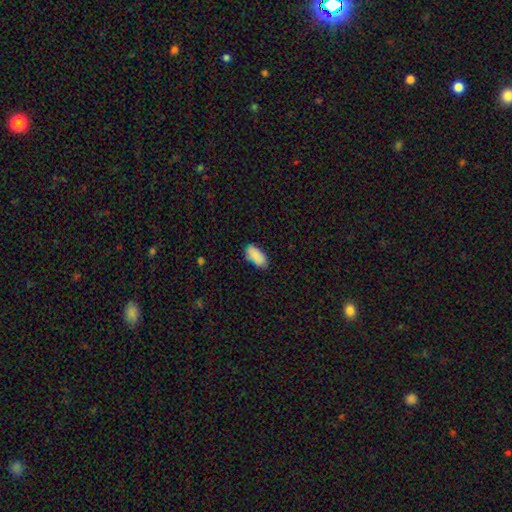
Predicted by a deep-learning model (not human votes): Q: Smooth or featured?
A: smooth (88%); runner-up: star or artifact (7%)
Q: How rounded?
A: in between (92%); runner-up: cigar-shaped (6%)
Q: Merging?
A: none (78%); runner-up: minor disturbance (17%)